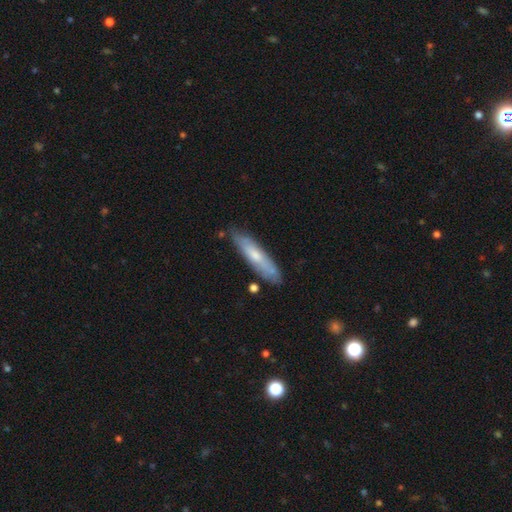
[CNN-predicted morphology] A smooth galaxy with no disk features (55%) that is cigar-shaped (81%). Merging: none (78%).